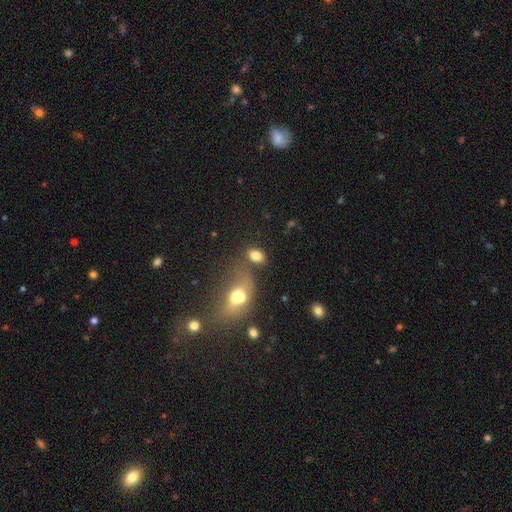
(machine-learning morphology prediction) A smooth galaxy with no disk features (80%) that is in between round and cigar-shaped (81%).

Vote fractions:
- Smooth or featured? smooth: 80% / star or artifact: 12% / featured or disk: 9%
- How rounded? in between: 81% / round: 17% / cigar-shaped: 2%
- Merging? none: 61% / merger: 17% / minor disturbance: 14% / major disturbance: 7%